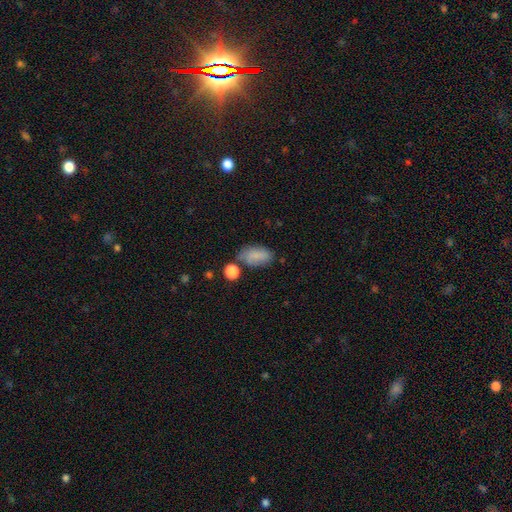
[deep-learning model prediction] Smooth or featured: smooth — 79% (featured or disk — 11%)
How rounded: in between — 90% (round — 7%)
Merging: none — 57% (minor disturbance — 24%)